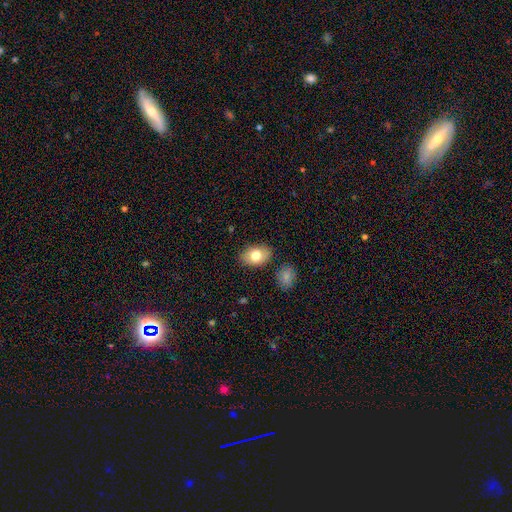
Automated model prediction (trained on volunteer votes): The model was most divided on "smooth or featured": smooth: 78%, featured or disk: 15%, star or artifact: 8%. More confident: merging — none (83%); how rounded — in between (82%).